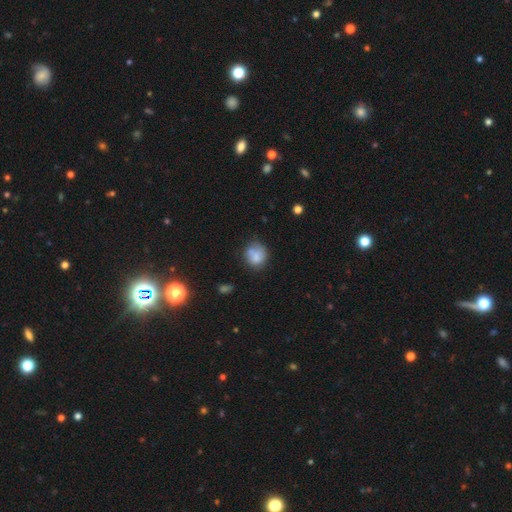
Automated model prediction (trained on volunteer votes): smooth-or-featured: smooth: 71% | featured or disk: 19% | star or artifact: 10%
  how-rounded: round: 74% | in between: 25% | cigar-shaped: 1%
  merging: none: 49% | minor disturbance: 24% | merger: 17% | major disturbance: 10%